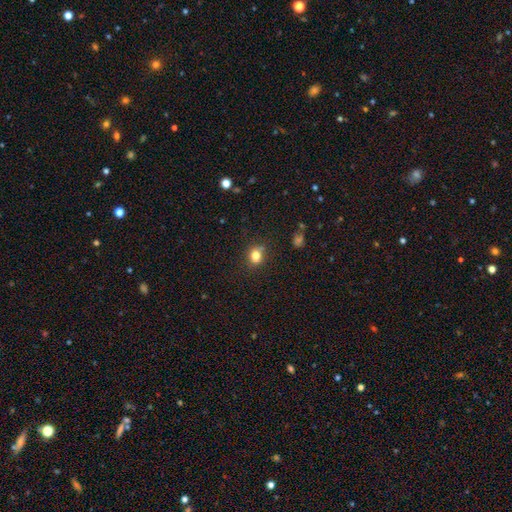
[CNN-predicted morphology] This is likely a smooth galaxy (80%). How rounded: likely round (67%). Merging: likely none (76%).